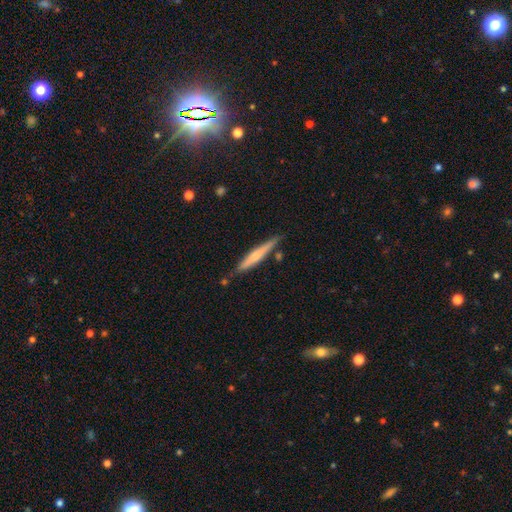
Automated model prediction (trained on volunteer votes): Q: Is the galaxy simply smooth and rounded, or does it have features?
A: smooth — 53%.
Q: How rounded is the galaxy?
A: cigar-shaped — 94%.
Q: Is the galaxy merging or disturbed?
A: none — 79%.